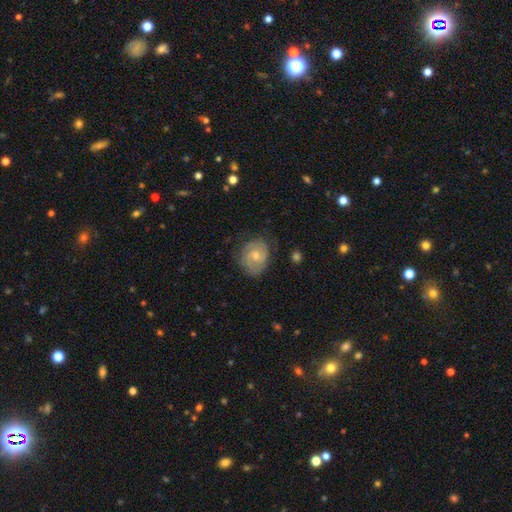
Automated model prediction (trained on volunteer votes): Smooth or featured? Predicted: featured or disk (p=0.73). Edge-on disk? Predicted: no (p=0.98). Bar? Predicted: no (p=0.55). Spiral arms? Predicted: yes (p=0.93). Spiral winding? Predicted: tight (p=0.55). Spiral arm count? Predicted: 2 (p=0.72). Bulge size? Predicted: moderate (p=0.48). Merging? Predicted: none (p=0.75).